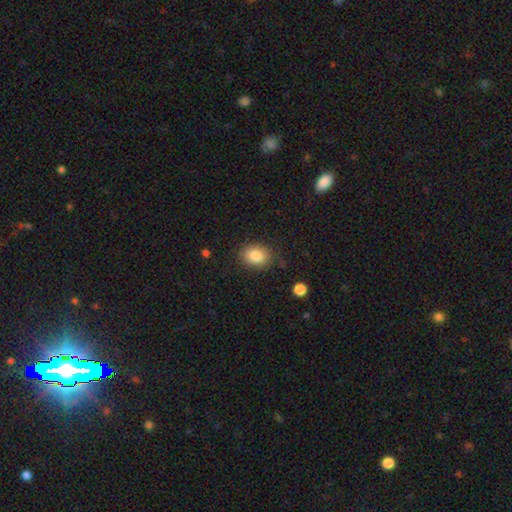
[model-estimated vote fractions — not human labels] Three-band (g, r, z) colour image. It shows a smooth galaxy with no disk features (85%) that is in between round and cigar-shaped (66%). Merging: none (82%).